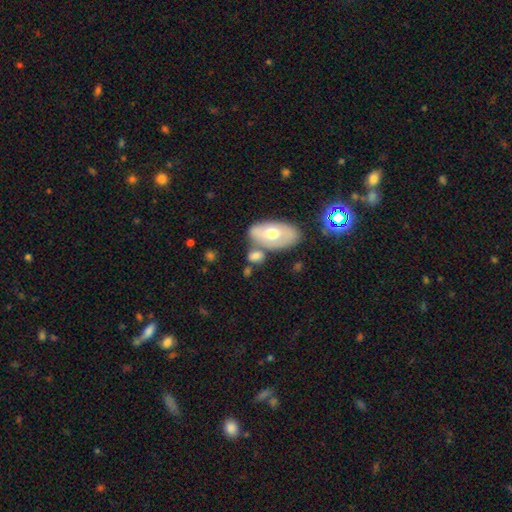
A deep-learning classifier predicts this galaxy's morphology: smooth_or_featured: smooth (p=0.67) [alt: featured or disk p=0.26]
how_rounded: in between (p=0.79) [alt: round p=0.17]
merging: none (p=0.50) [alt: merger p=0.28]